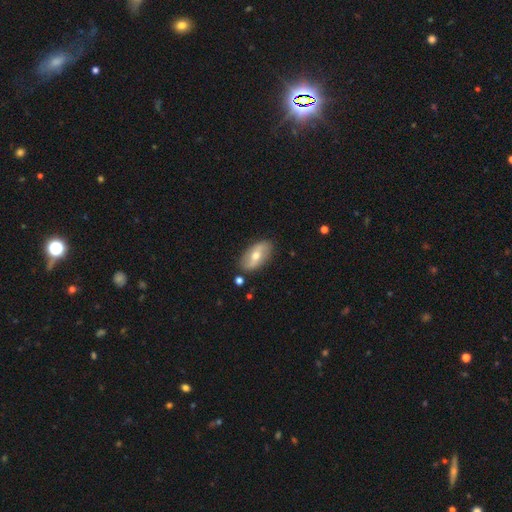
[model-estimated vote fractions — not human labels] Q: Smooth or featured?
A: featured or disk (49%); runner-up: smooth (45%)
Q: Merging?
A: none (83%); runner-up: minor disturbance (12%)